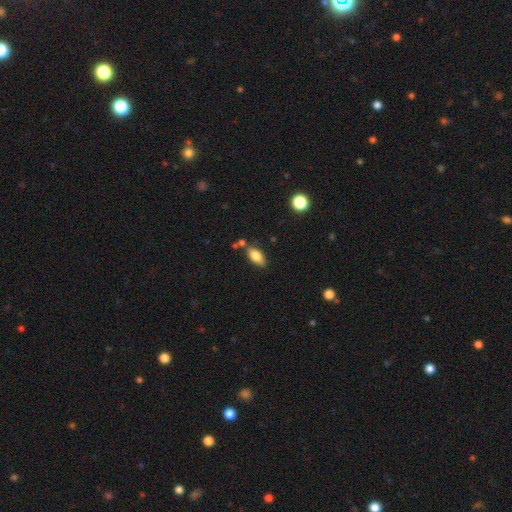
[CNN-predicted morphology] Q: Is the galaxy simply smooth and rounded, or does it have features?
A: smooth — 81%.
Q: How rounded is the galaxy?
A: in between — 89%.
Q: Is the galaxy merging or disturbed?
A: none — 72%.